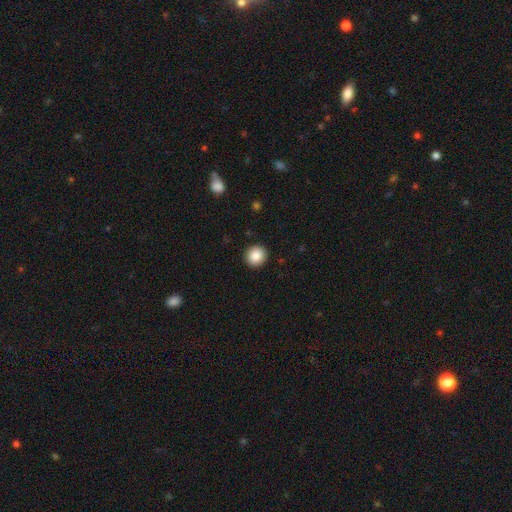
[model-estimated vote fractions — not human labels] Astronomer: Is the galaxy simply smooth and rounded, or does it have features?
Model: smooth — 87%.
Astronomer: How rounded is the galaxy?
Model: round — 91%.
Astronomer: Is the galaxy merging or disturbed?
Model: none — 93%.